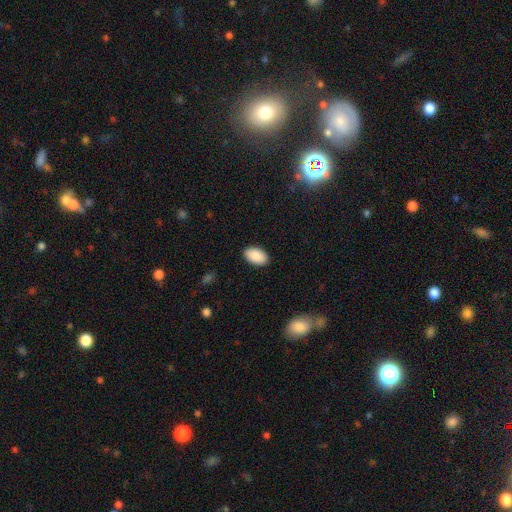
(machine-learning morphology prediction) smooth_or_featured: smooth (p=0.90) [alt: star or artifact p=0.06]
how_rounded: in between (p=0.94) [alt: round p=0.05]
merging: none (p=0.89) [alt: minor disturbance p=0.08]